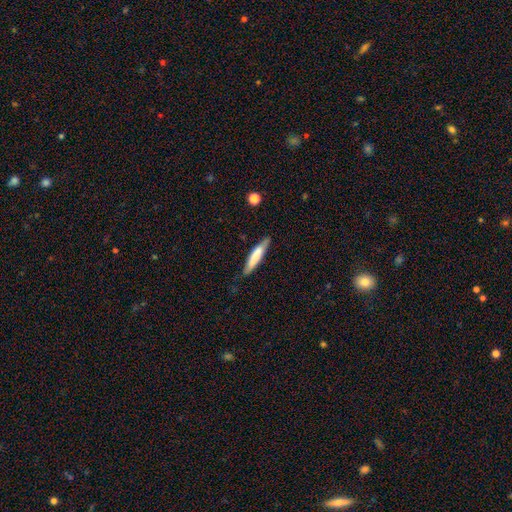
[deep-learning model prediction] Smooth or featured? Predicted: smooth (p=0.70). How rounded? Predicted: cigar-shaped (p=0.86). Merging? Predicted: none (p=0.77).